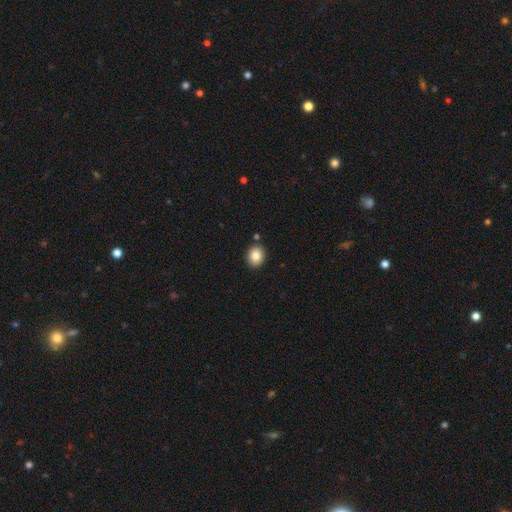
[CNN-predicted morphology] smooth 84%, star or artifact 9%, featured or disk 7%. Down the decision tree: how rounded — round (63%); merging — none (88%).